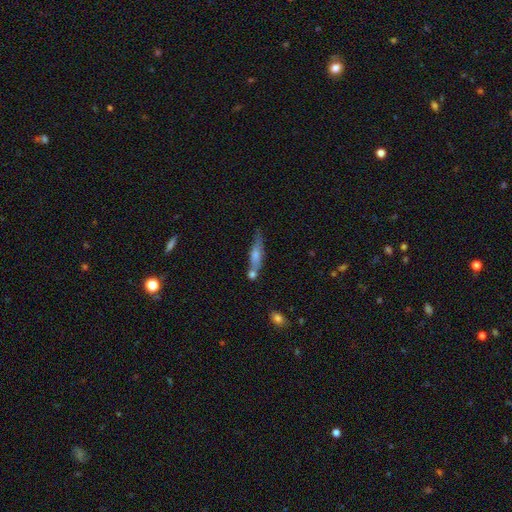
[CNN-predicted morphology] smooth_or_featured: smooth (p=0.58) [alt: featured or disk p=0.36]
how_rounded: cigar-shaped (p=0.73) [alt: in between p=0.24]
merging: none (p=0.49) [alt: merger p=0.25]